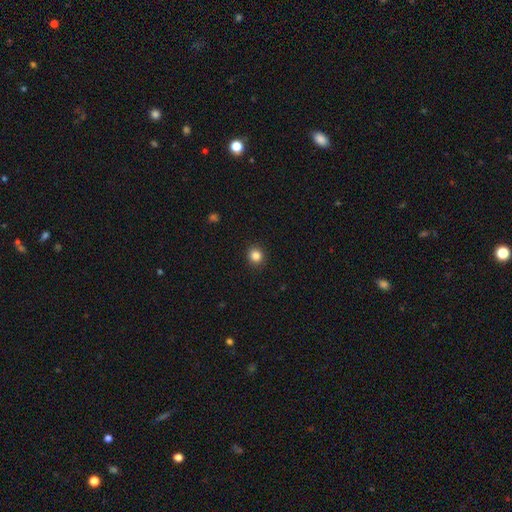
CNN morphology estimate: Smooth or featured? smooth (85%)
How rounded? round (89%)
Merging? none (92%)